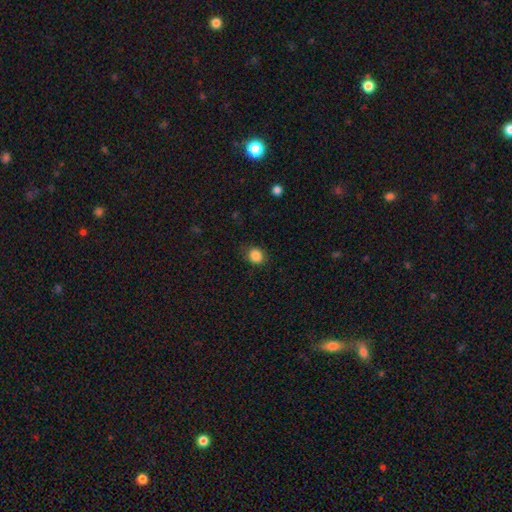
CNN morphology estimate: smooth_or_featured: smooth (p=0.86) [alt: star or artifact p=0.10]
how_rounded: round (p=0.74) [alt: in between p=0.25]
merging: none (p=0.83) [alt: minor disturbance p=0.13]